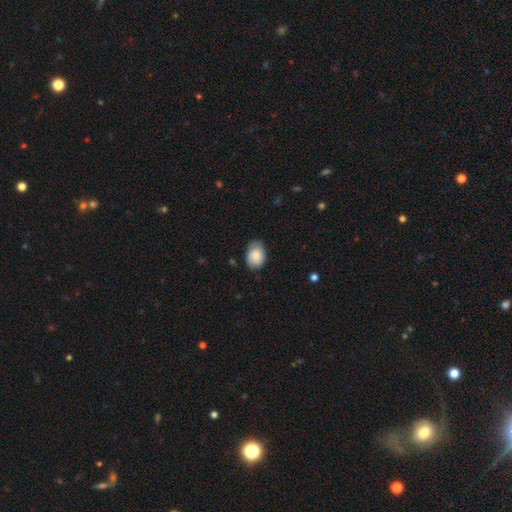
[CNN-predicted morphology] Smooth or featured? smooth (85%)
How rounded? in between (78%)
Merging? none (73%)